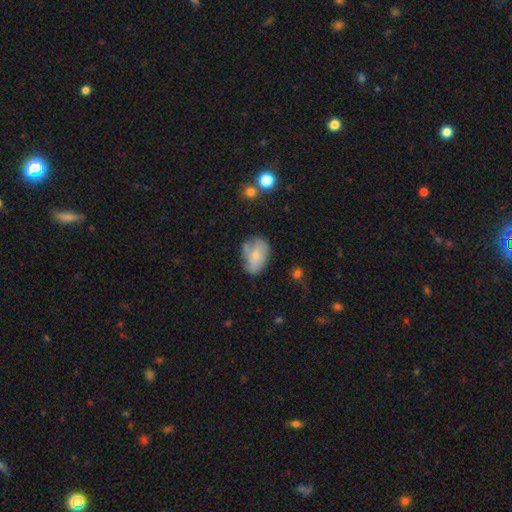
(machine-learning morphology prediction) The model was most divided on "merging": none: 50%, minor disturbance: 28%, merger: 13%, major disturbance: 10%. More confident: how rounded — in between (82%); smooth or featured — smooth (66%).